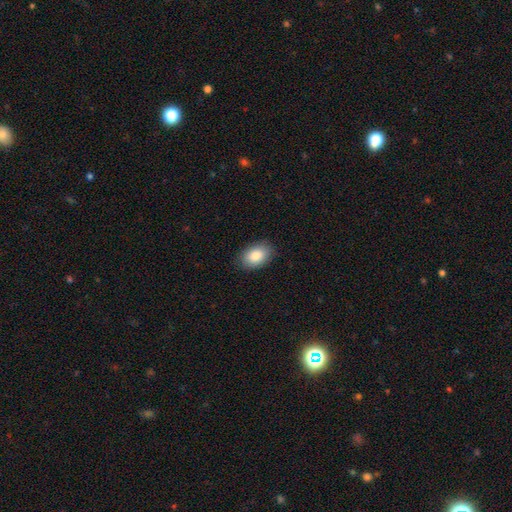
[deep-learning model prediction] A smooth galaxy with no disk features (86%) that is in between round and cigar-shaped (87%).

Vote fractions:
- Smooth or featured? smooth: 86% / featured or disk: 8% / star or artifact: 7%
- How rounded? in between: 87% / round: 12% / cigar-shaped: 1%
- Merging? none: 87% / minor disturbance: 10% / major disturbance: 2% / merger: 1%